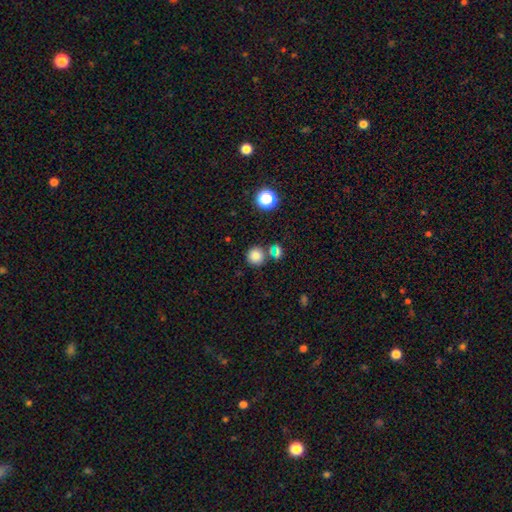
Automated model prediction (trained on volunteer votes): Smooth or featured? smooth (79%)
How rounded? round (93%)
Merging? none (76%)